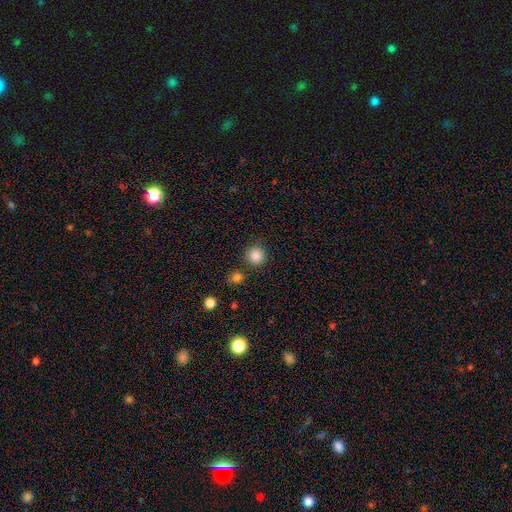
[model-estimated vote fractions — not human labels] Smooth or featured: smooth — 87% (star or artifact — 10%)
How rounded: round — 94% (in between — 5%)
Merging: none — 87% (minor disturbance — 6%)